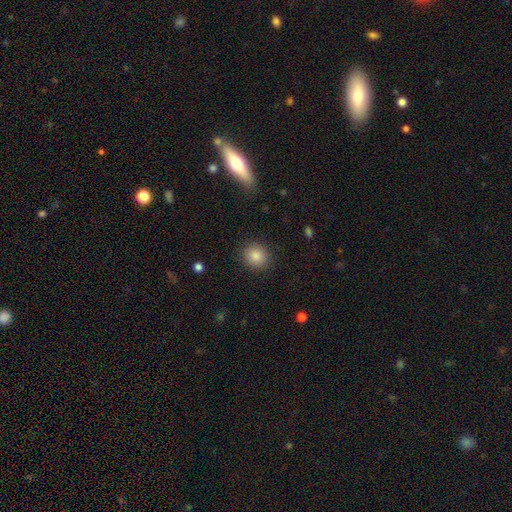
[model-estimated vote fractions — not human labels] A smooth galaxy with no disk features (85%) that is round (84%). Merging: none (90%).